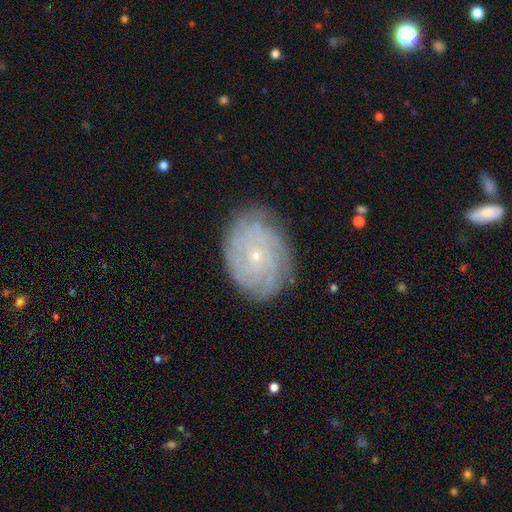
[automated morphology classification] Overall: featured or disk (77%). Edge-on disk: no (97%). Bar: no (84%). Spiral arms: yes (93%). Spiral arm count: can't tell (38%; more than 4 20%). Spiral winding: tight (79%). Bulge size: small (84%). Merging: none (80%).